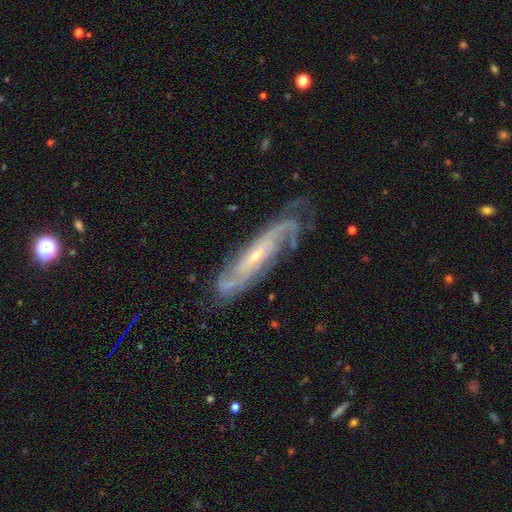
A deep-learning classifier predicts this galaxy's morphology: Smooth or featured: featured or disk — 86% (smooth — 8%)
Edge-on disk: no — 81% (yes — 19%)
Bar: no — 56% (weak — 28%)
Spiral arms: yes — 96% (no — 4%)
Spiral winding: tight — 47% (medium — 40%)
Spiral arm count: 2 — 40% (can't tell — 23%)
Bulge size: small — 79% (moderate — 17%)
Merging: none — 70% (minor disturbance — 20%)